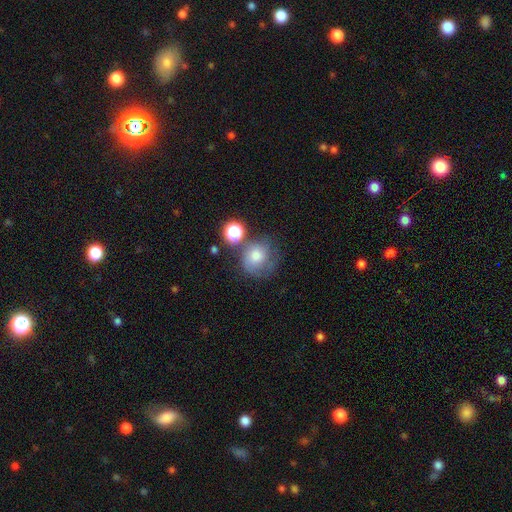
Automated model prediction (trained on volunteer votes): Overall: smooth (53%; featured or disk 33%). How rounded: round (81%). Merging: none (52%; minor disturbance 21%).